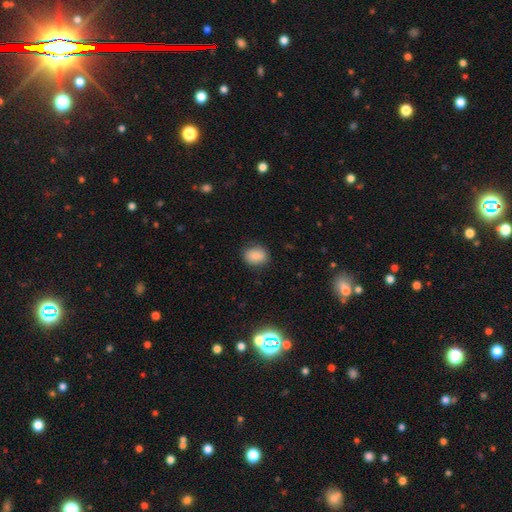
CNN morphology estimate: type=smooth (86%); roundness=in between (56%); merging=none (82%).